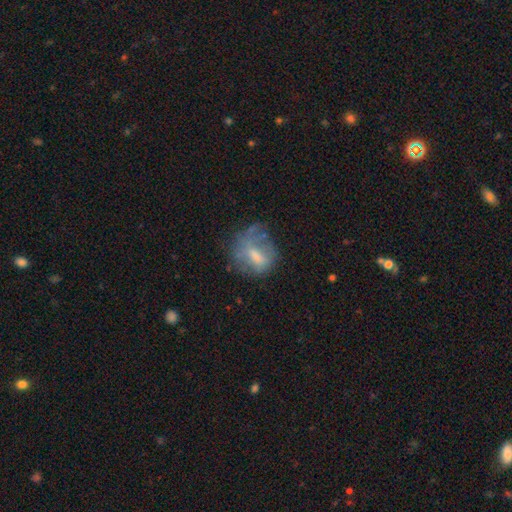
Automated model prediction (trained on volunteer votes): This appears to be a smooth galaxy with no disk features (51%) that is round (50%). Merging: none (45%).